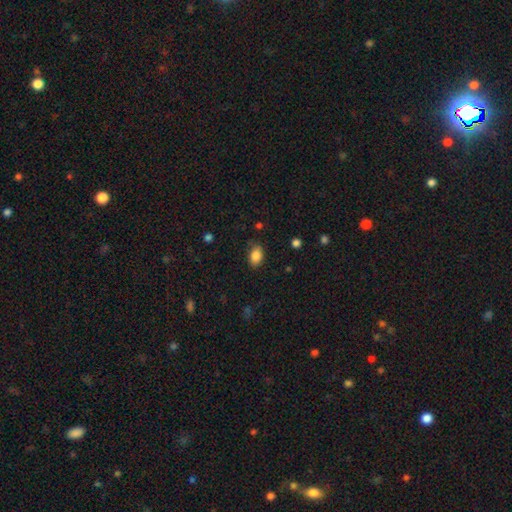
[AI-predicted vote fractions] Overall: smooth (86%). How rounded: in between (83%). Merging: none (79%).